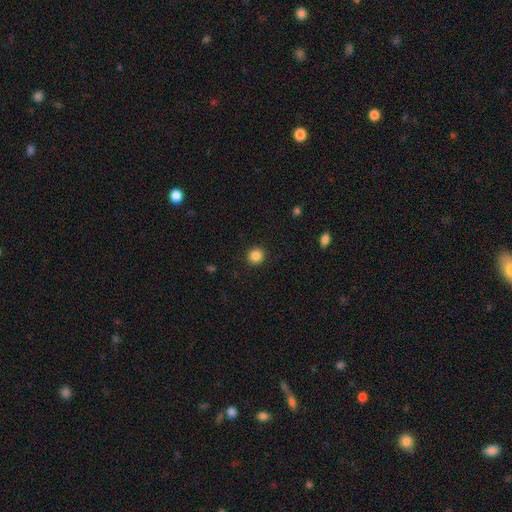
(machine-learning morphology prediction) Q: Smooth or featured?
A: smooth (86%); runner-up: star or artifact (10%)
Q: How rounded?
A: round (92%); runner-up: in between (7%)
Q: Merging?
A: none (92%); runner-up: minor disturbance (5%)